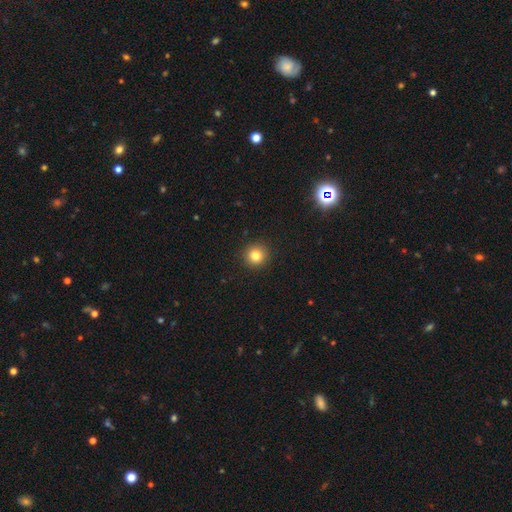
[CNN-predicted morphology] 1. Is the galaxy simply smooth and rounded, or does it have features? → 81% smooth, 12% star or artifact, 7% featured or disk.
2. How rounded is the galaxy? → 94% round, 5% in between, 1% cigar-shaped.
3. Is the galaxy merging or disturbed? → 92% none, 5% minor disturbance, 2% major disturbance, 1% merger.